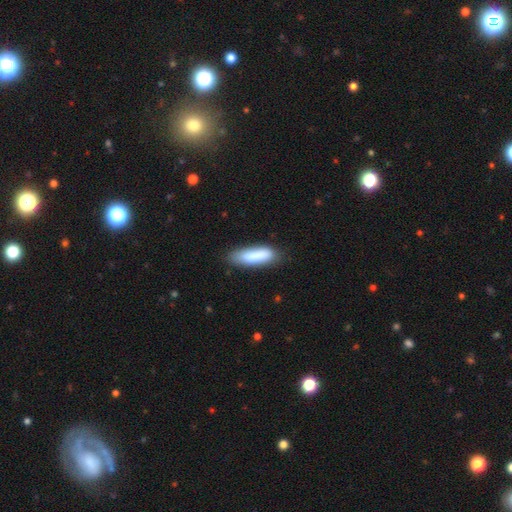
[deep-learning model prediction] smooth-or-featured: smooth: 84% | featured or disk: 10% | star or artifact: 6%
  how-rounded: cigar-shaped: 56% | in between: 43% | round: 2%
  merging: none: 77% | minor disturbance: 17% | major disturbance: 4% | merger: 2%